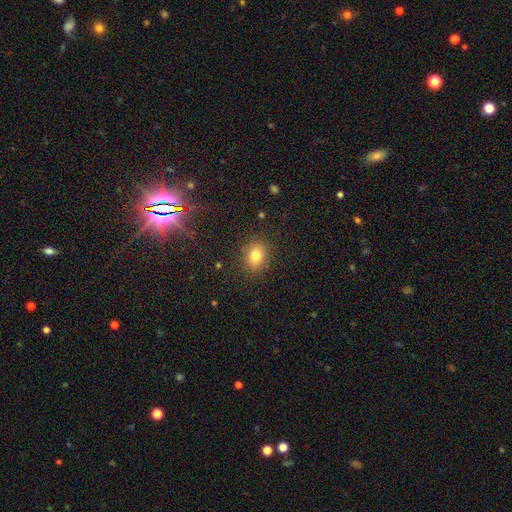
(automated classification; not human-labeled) Overall: smooth (79%). How rounded: in between (50%; round 49%). Merging: none (87%).